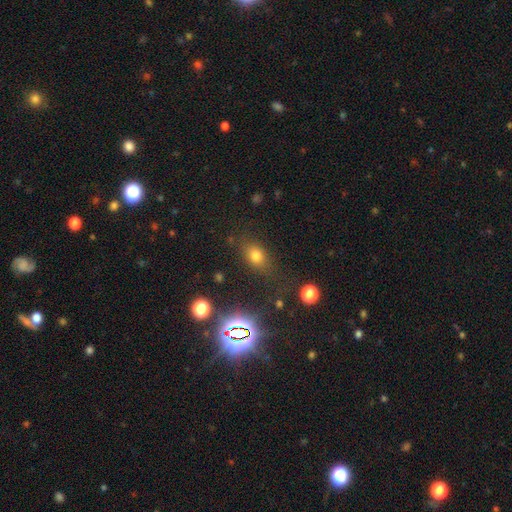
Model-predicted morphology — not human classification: Smooth or featured? Predicted: smooth (p=0.70). How rounded? Predicted: in between (p=0.62). Merging? Predicted: none (p=0.74).